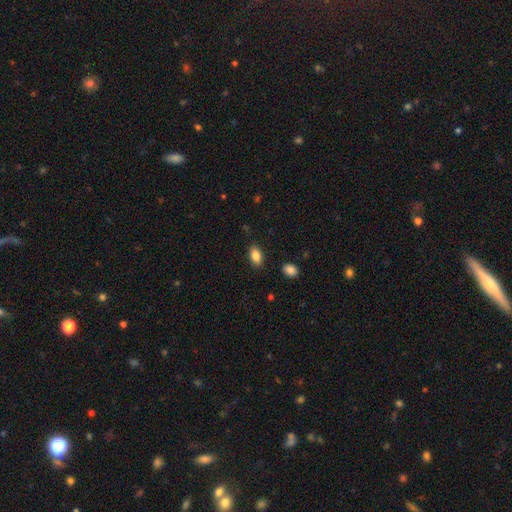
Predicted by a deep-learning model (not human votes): Smooth or featured?
  - smooth: 86% *
  - star or artifact: 8%
  - featured or disk: 6%
How rounded?
  - in between: 90% *
  - round: 7%
  - cigar-shaped: 3%
Merging?
  - none: 86% *
  - minor disturbance: 10%
  - major disturbance: 3%
  - merger: 2%